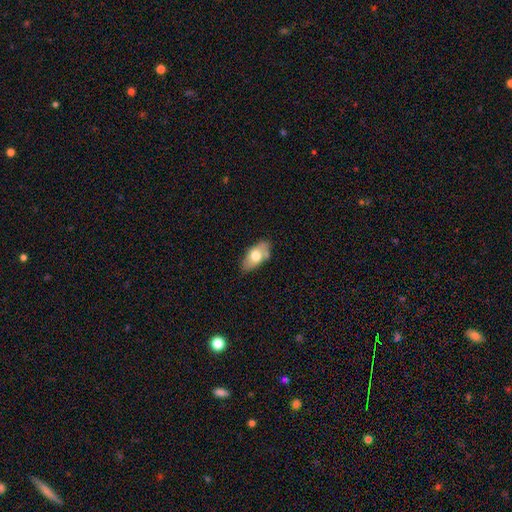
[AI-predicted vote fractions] Overall: smooth (65%; featured or disk 28%). How rounded: in between (92%). Merging: none (66%).